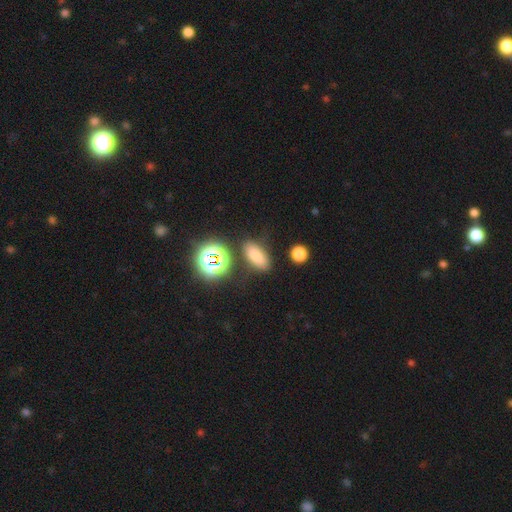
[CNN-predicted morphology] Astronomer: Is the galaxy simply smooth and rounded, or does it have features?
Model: smooth — 72%.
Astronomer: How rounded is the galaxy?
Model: in between — 79%.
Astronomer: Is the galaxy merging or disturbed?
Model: none — 81%.